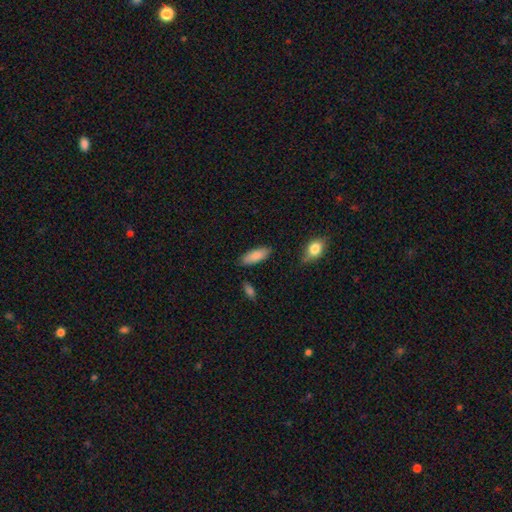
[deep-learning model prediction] Smooth or featured? Predicted: smooth (p=0.86). How rounded? Predicted: in between (p=0.76). Merging? Predicted: none (p=0.82).